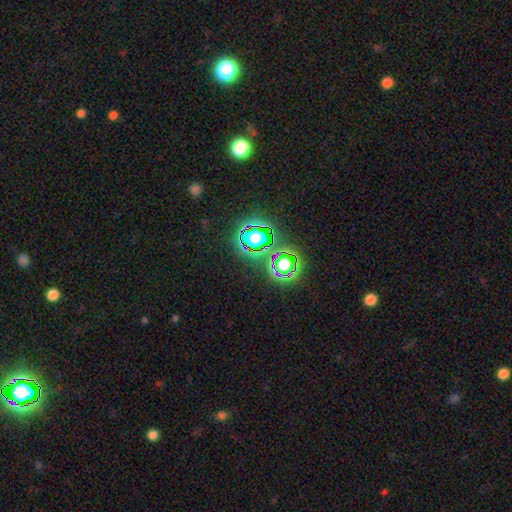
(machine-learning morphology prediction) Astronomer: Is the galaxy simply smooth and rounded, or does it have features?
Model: star or artifact — 75%.